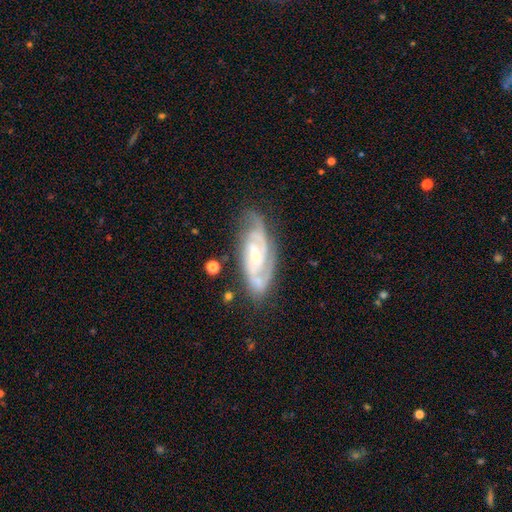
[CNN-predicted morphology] smooth_or_featured: featured or disk (p=0.87) [alt: smooth p=0.07]
disk_edge_on: no (p=0.93) [alt: yes p=0.07]
bar: no (p=0.45) [alt: weak p=0.40]
has_spiral_arms: yes (p=0.96) [alt: no p=0.04]
spiral_winding: tight (p=0.57) [alt: medium p=0.36]
spiral_arm_count: 2 (p=0.59) [alt: 3 p=0.17]
bulge_size: small (p=0.64) [alt: moderate p=0.32]
merging: none (p=0.70) [alt: minor disturbance p=0.21]